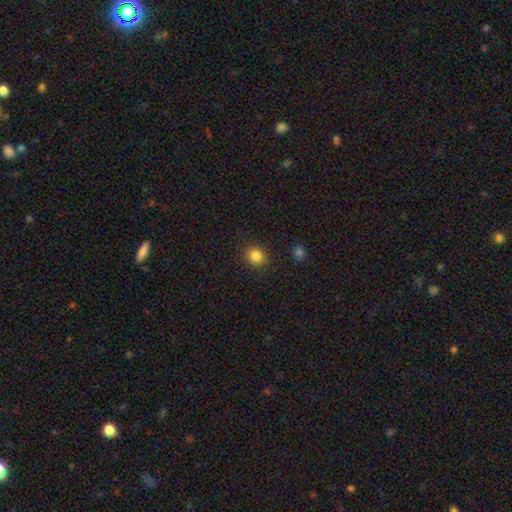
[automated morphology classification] A smooth galaxy with no disk features (85%) that is round (83%). Merging: none (90%).